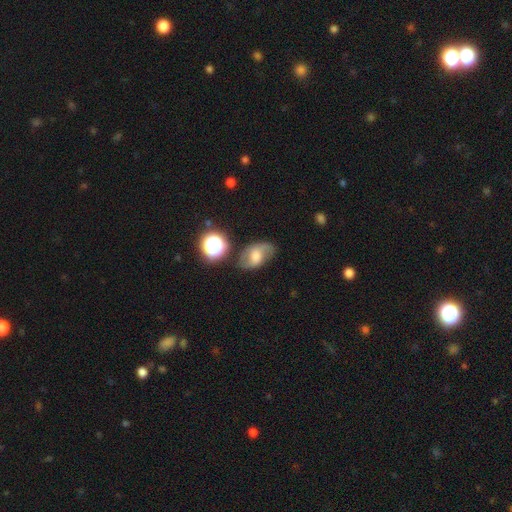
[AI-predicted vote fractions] smooth_or_featured: featured or disk (p=0.50) [alt: smooth p=0.38]
disk_edge_on: no (p=0.95) [alt: yes p=0.05]
merging: none (p=0.63) [alt: minor disturbance p=0.23]